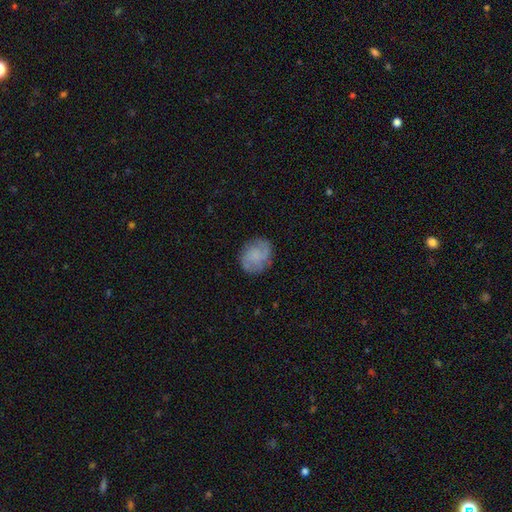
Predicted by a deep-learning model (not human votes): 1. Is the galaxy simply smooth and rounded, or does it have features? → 53% featured or disk, 39% smooth, 8% star or artifact.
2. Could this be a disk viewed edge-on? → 98% no, 2% yes.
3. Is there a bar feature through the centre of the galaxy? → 69% no, 27% weak, 4% strong.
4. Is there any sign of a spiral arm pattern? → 89% yes, 11% no.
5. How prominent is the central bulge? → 50% none, 28% small, 16% moderate, 5% large, 2% dominant.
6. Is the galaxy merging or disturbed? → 79% none, 15% minor disturbance, 5% major disturbance, 1% merger.